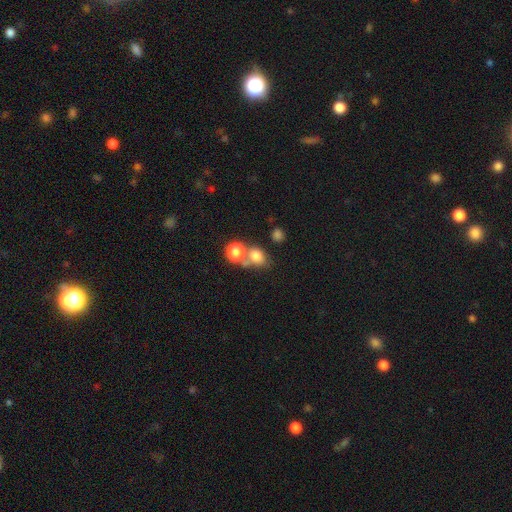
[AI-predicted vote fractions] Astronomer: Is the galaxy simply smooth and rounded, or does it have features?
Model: smooth — 75%.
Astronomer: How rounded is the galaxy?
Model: round — 59% (runner-up: in between, 40%).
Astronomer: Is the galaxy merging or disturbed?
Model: none — 46% (runner-up: merger, 37%).